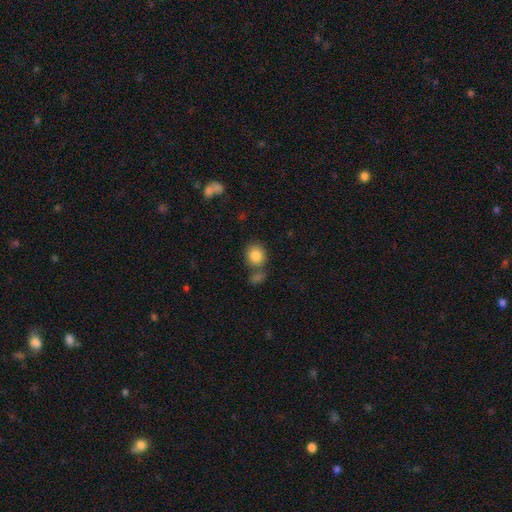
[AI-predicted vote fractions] This appears to be a smooth galaxy with no disk features (85%) that is round (72%). Merging: none (61%).